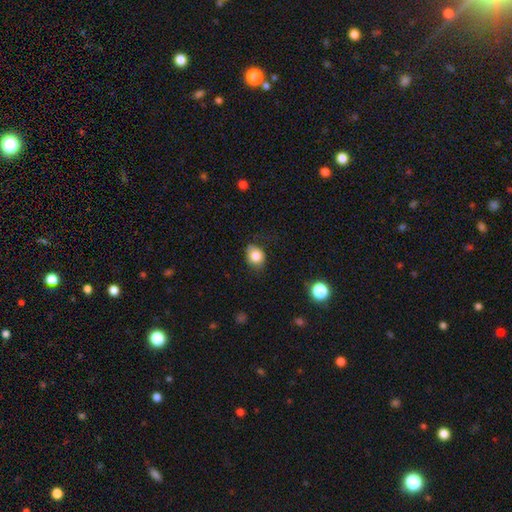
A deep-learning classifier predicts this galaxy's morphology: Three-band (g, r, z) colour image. It shows a smooth galaxy with no disk features (81%) that is in between round and cigar-shaped (50%). Merging: none (68%).